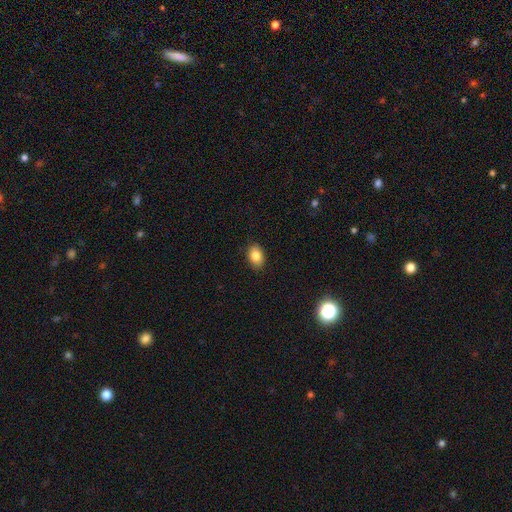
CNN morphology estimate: A smooth galaxy with no disk features (85%) that is in between round and cigar-shaped (81%).

Vote fractions:
- Smooth or featured? smooth: 85% / star or artifact: 8% / featured or disk: 7%
- How rounded? in between: 81% / round: 18% / cigar-shaped: 1%
- Merging? none: 88% / minor disturbance: 9% / major disturbance: 2% / merger: 1%